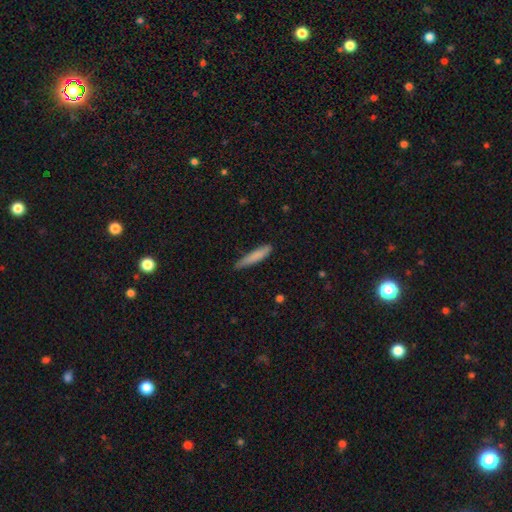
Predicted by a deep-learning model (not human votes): Q: Smooth or featured?
A: smooth (81%); runner-up: featured or disk (13%)
Q: How rounded?
A: cigar-shaped (89%); runner-up: in between (10%)
Q: Merging?
A: none (72%); runner-up: minor disturbance (23%)